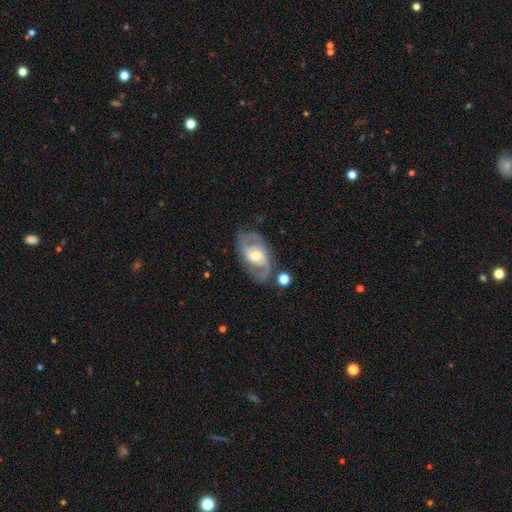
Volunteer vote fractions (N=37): Smooth or featured: featured or disk — 81% (smooth — 16%)
Edge-on disk: no — 93% (yes — 7%)
Bar: no — 57% (weak — 32%)
Spiral arms: yes — 79% (no — 21%)
Spiral winding: medium — 77% (tight — 14%)
Spiral arm count: 2 — 95% (can't tell — 5%)
Bulge size: moderate — 75% (small — 18%)
Merging: none — 86% (minor disturbance — 8%)